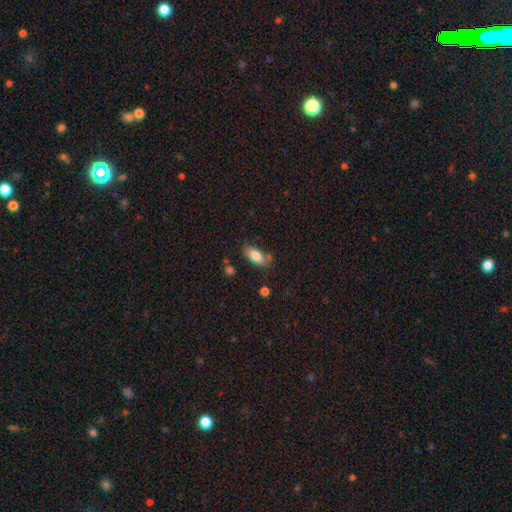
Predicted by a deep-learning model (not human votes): A smooth galaxy with no disk features (82%) that is in between round and cigar-shaped (88%). Merging: none (70%).